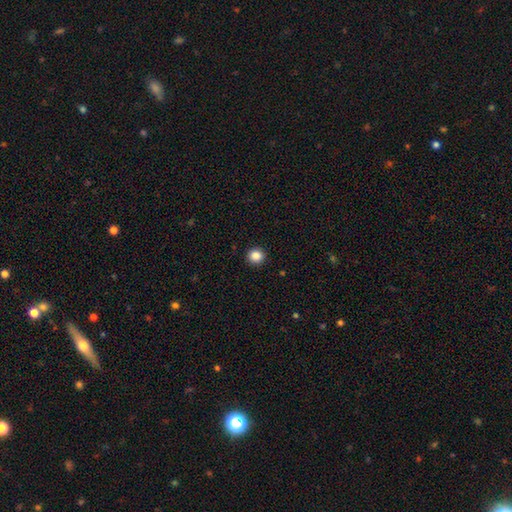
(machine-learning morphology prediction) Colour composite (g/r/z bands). It shows a smooth galaxy with no disk features (87%) that is round (92%). Merging: none (93%).